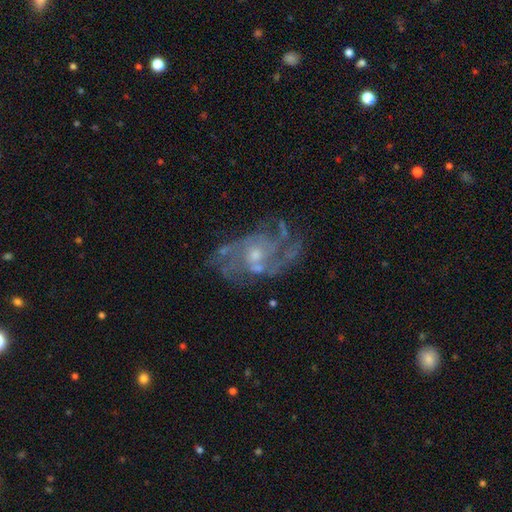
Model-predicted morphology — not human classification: A featured or disk galaxy (83%) with no bar (73%), medium (45%) spiral arms (87%) and a small central bulge (49%). Merging: none (59%).